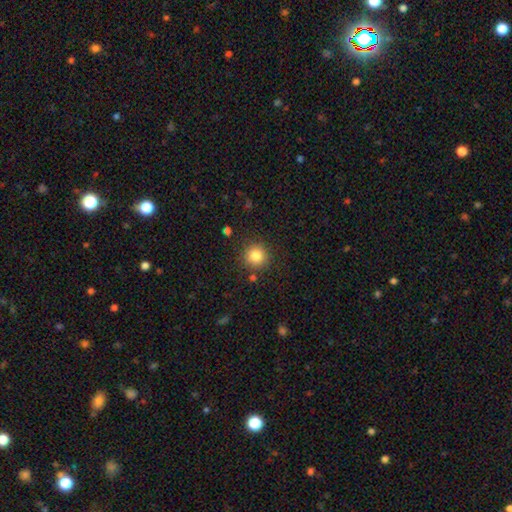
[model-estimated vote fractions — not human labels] Smooth or featured: smooth — 83% (star or artifact — 11%)
How rounded: round — 94% (in between — 5%)
Merging: none — 88% (minor disturbance — 7%)